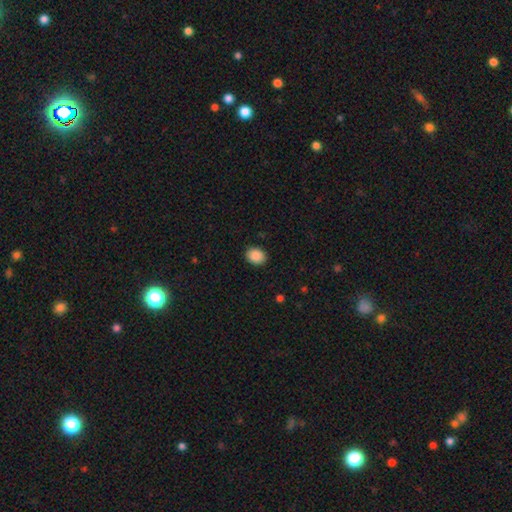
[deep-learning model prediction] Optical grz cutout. It shows a smooth galaxy with no disk features (89%) that is in between round and cigar-shaped (50%, tied with round). Merging: none (90%).